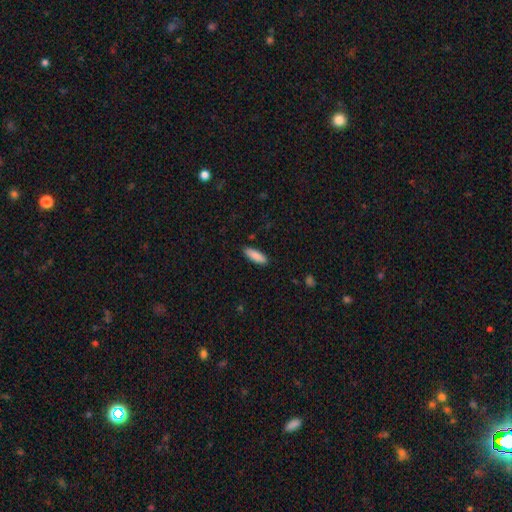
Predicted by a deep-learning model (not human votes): Q: Smooth or featured?
A: smooth (88%); runner-up: featured or disk (6%)
Q: How rounded?
A: in between (54%); runner-up: cigar-shaped (44%)
Q: Merging?
A: none (88%); runner-up: minor disturbance (9%)